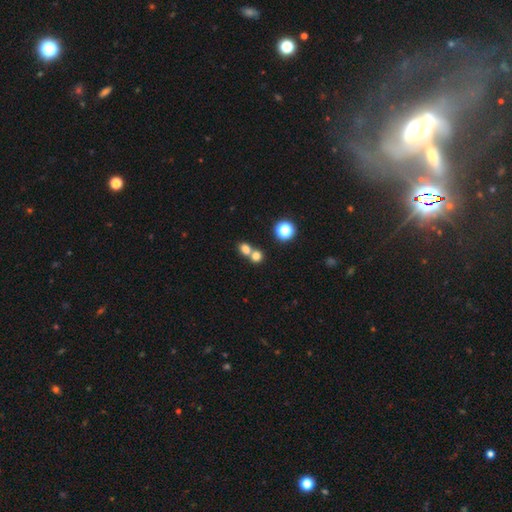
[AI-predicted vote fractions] This appears to be a smooth galaxy with no disk features (75%) that is round (74%). Merging: merger (52%).